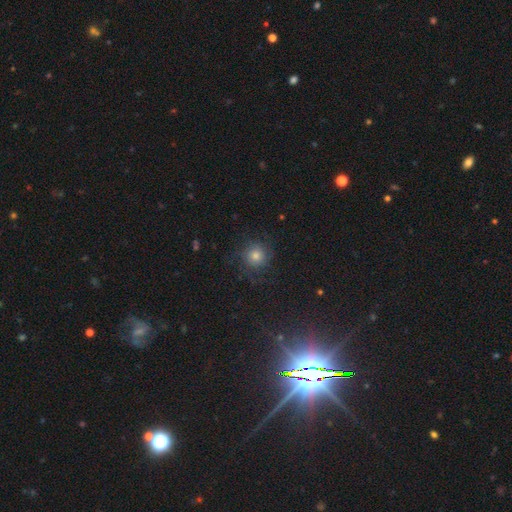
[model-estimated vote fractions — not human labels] smooth-or-featured: smooth: 54% | featured or disk: 24% | star or artifact: 22%
  how-rounded: round: 93% | in between: 6% | cigar-shaped: 1%
  merging: none: 78% | minor disturbance: 12% | major disturbance: 8% | merger: 1%